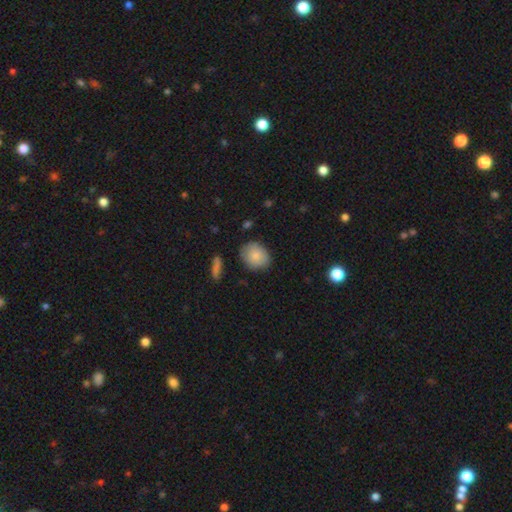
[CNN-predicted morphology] smooth_or_featured: smooth (p=0.83) [alt: featured or disk p=0.10]
how_rounded: round (p=0.61) [alt: in between p=0.38]
merging: none (p=0.75) [alt: minor disturbance p=0.19]